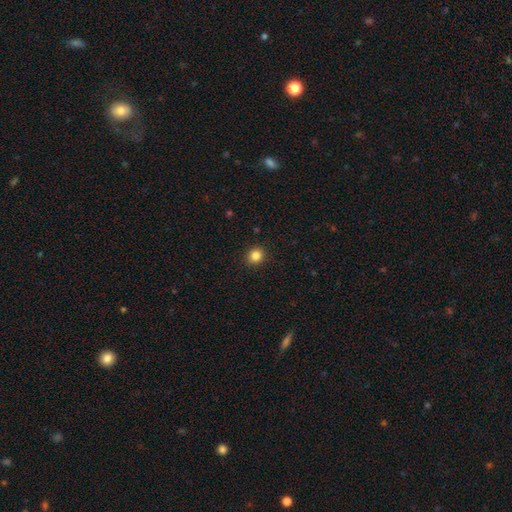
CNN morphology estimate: This is clearly a smooth galaxy (84%). How rounded: clearly round (84%). Merging: clearly none (91%).